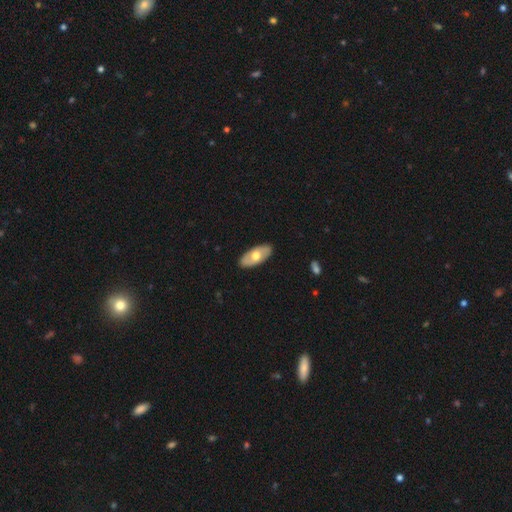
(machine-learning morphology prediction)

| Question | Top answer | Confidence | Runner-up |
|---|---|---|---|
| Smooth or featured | smooth | 54% | featured or disk (41%) |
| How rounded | in between | 91% | cigar-shaped (6%) |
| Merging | none | 88% | minor disturbance (9%) |